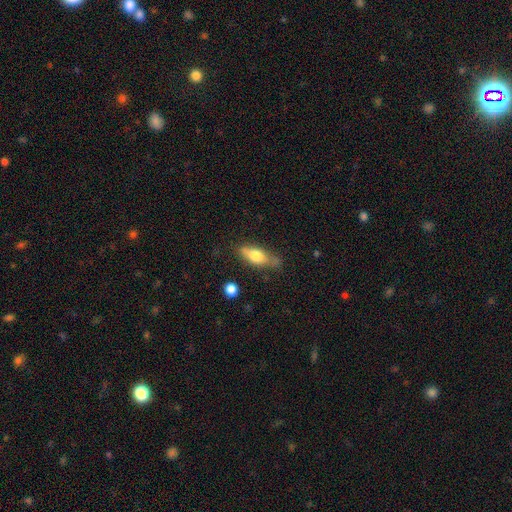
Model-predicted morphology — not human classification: Smooth or featured: smooth — 67% (featured or disk — 26%)
How rounded: in between — 68% (cigar-shaped — 29%)
Merging: none — 62% (minor disturbance — 26%)